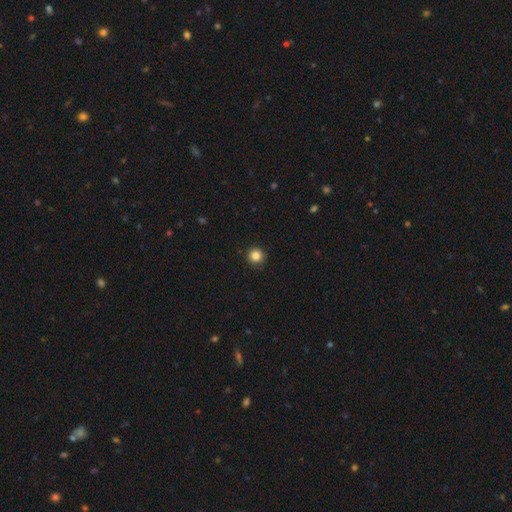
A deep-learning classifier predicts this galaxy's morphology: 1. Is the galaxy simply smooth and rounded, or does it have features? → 85% smooth, 11% star or artifact, 4% featured or disk.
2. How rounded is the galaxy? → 96% round, 3% in between, 1% cigar-shaped.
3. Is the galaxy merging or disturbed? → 92% none, 5% minor disturbance, 2% major disturbance, 1% merger.